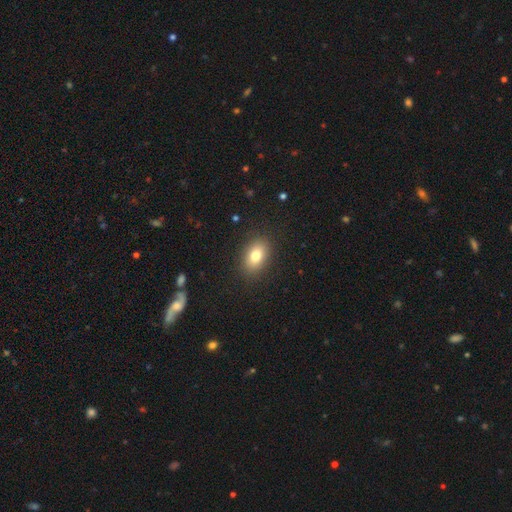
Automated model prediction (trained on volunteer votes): A smooth galaxy with no disk features (80%) that is in between round and cigar-shaped (84%). Merging: none (88%).